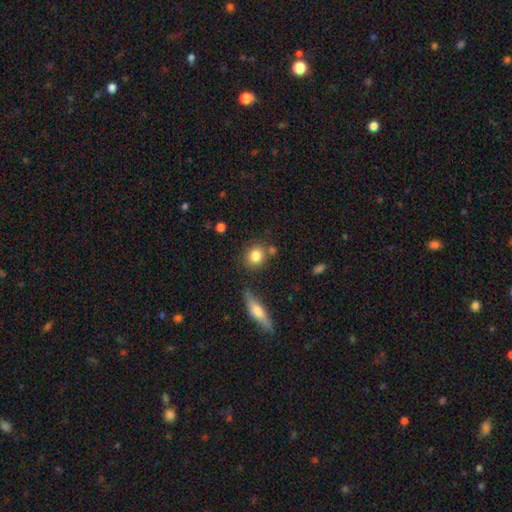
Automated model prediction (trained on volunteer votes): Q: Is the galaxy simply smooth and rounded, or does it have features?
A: smooth — 83%.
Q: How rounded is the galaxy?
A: round — 79%.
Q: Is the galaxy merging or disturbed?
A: none — 74%.